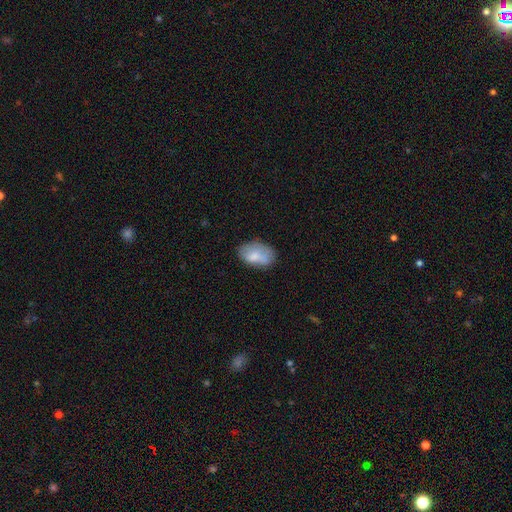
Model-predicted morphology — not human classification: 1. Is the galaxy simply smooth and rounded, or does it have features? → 73% smooth, 20% featured or disk, 7% star or artifact.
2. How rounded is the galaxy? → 89% in between, 9% round, 1% cigar-shaped.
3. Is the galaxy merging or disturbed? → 57% none, 29% minor disturbance, 9% major disturbance, 5% merger.